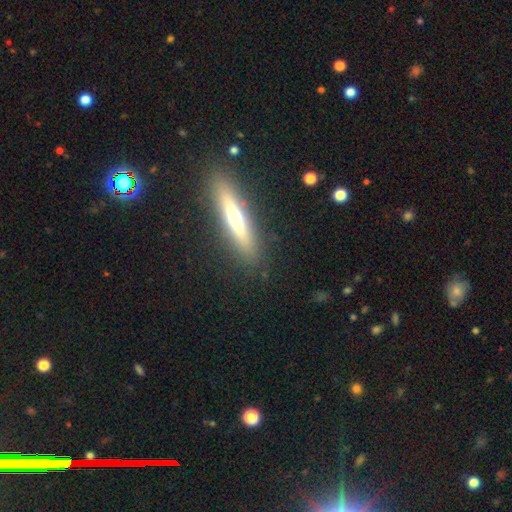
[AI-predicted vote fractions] Smooth or featured? Predicted: featured or disk (p=0.55). Edge-on disk? Predicted: yes (p=0.92). Edge-on bulge? Predicted: rounded (p=0.79). Merging? Predicted: none (p=0.87).